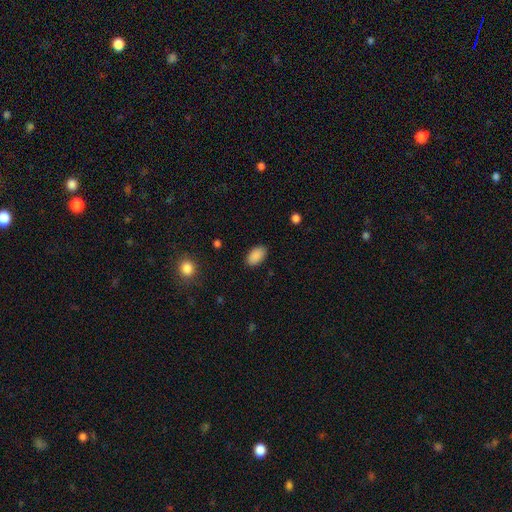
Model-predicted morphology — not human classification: The model was most divided on "merging": none: 87%, minor disturbance: 9%, major disturbance: 3%, merger: 1%. More confident: how rounded — in between (93%); smooth or featured — smooth (89%).